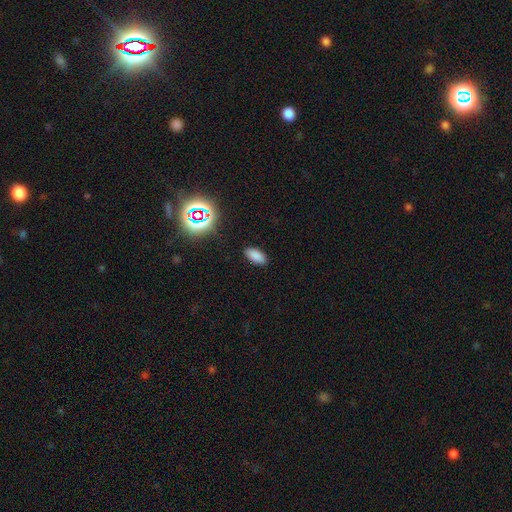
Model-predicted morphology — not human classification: type=smooth (81%); roundness=in between (91%); merging=none (88%).